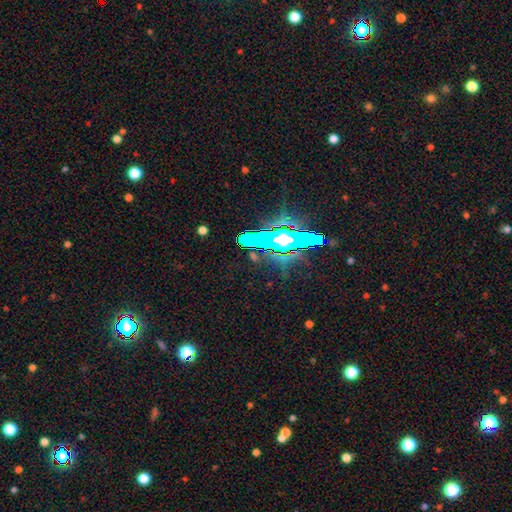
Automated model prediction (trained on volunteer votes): smooth_or_featured: star or artifact (p=0.54) [alt: featured or disk p=0.28]